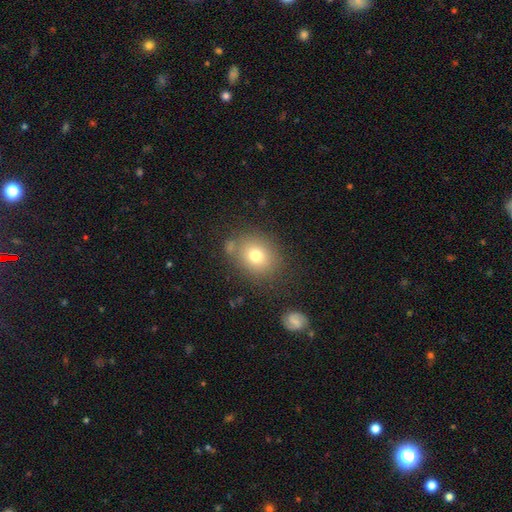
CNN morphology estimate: Smooth or featured: smooth — 74% (featured or disk — 13%)
How rounded: round — 64% (in between — 35%)
Merging: none — 75% (minor disturbance — 13%)